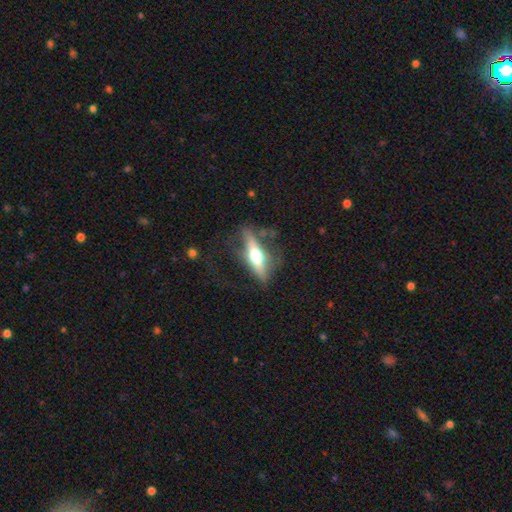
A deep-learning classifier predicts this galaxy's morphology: The model was most divided on "smooth or featured": featured or disk: 59%, smooth: 35%, star or artifact: 6%. More confident: edge-on bulge — rounded (94%); edge-on disk — yes (86%); merging — none (63%).